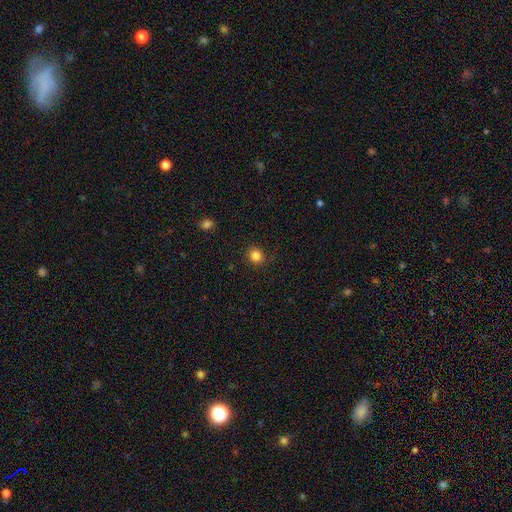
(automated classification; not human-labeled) A smooth galaxy with no disk features (84%) that is round (83%). Merging: none (89%).